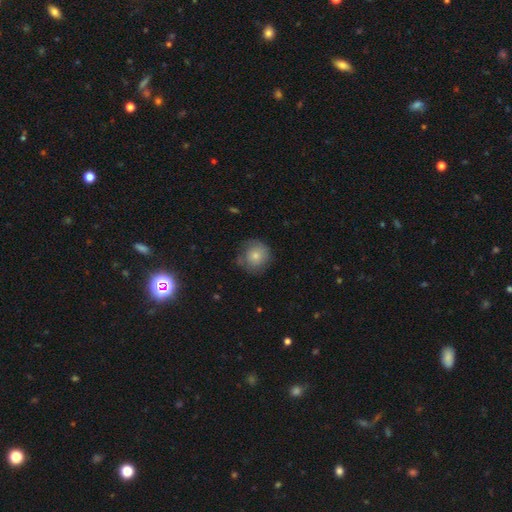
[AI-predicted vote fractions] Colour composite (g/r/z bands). It shows a smooth galaxy with no disk features (73%) that is round (90%). Merging: none (66%).